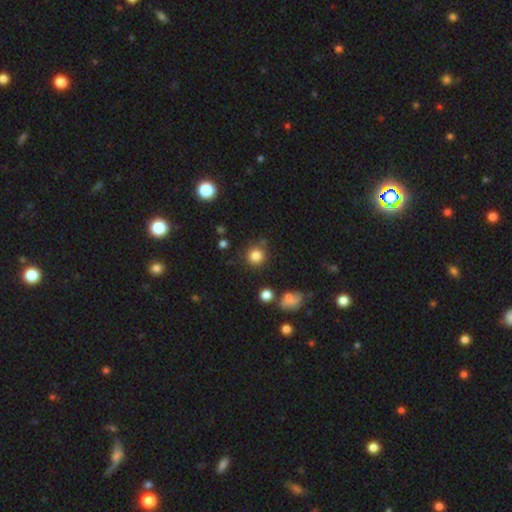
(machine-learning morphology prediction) Overall: smooth (82%). How rounded: round (91%). Merging: none (81%).